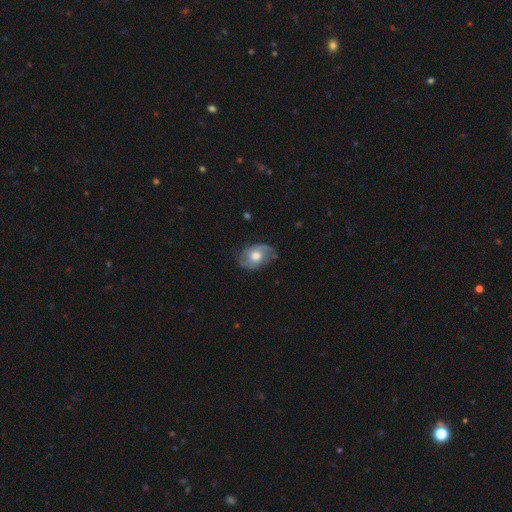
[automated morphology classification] featured or disk 66%, smooth 27%, star or artifact 7%. Down the decision tree: edge-on disk — no (96%); bar — no (76%); spiral arms — yes (84%); spiral arm count — 2 (70%); spiral winding — medium (44%); bulge size — moderate (58%); merging — none (70%).